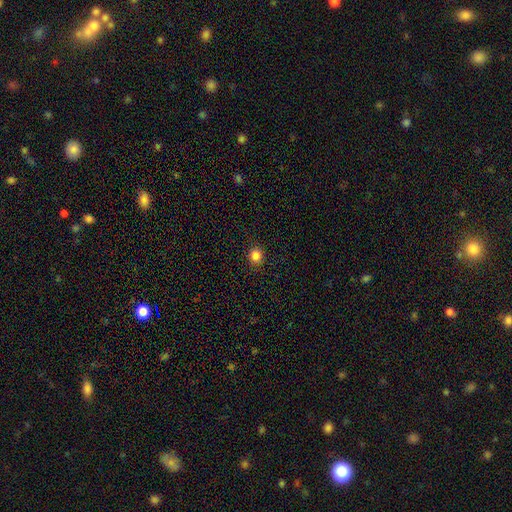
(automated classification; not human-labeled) Overall: smooth (84%). How rounded: round (83%). Merging: none (90%).